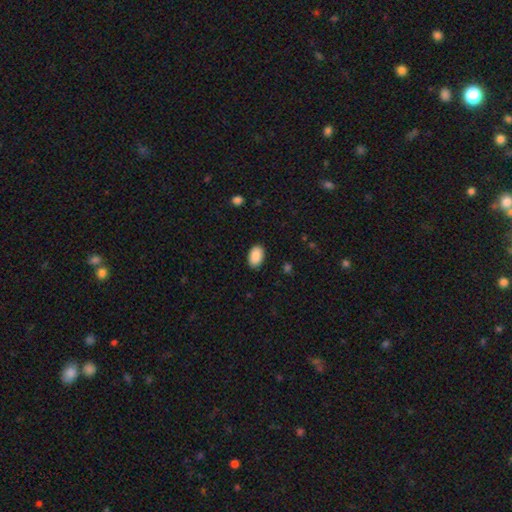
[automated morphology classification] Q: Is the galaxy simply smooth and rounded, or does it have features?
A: smooth — 90%.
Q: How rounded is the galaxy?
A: in between — 93%.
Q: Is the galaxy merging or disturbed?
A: none — 88%.